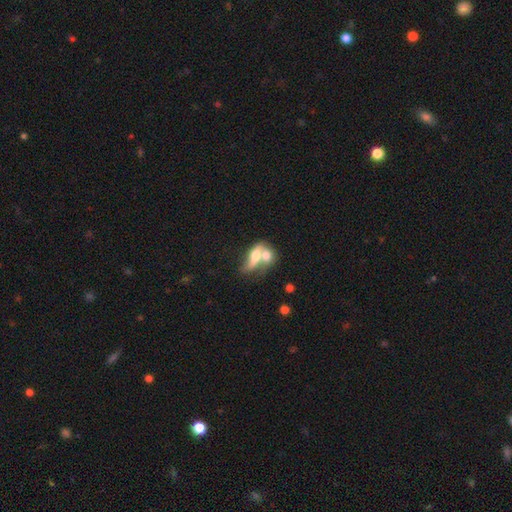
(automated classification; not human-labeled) Overall: smooth (52%; featured or disk 40%). How rounded: in between (69%). Merging: merger (72%).